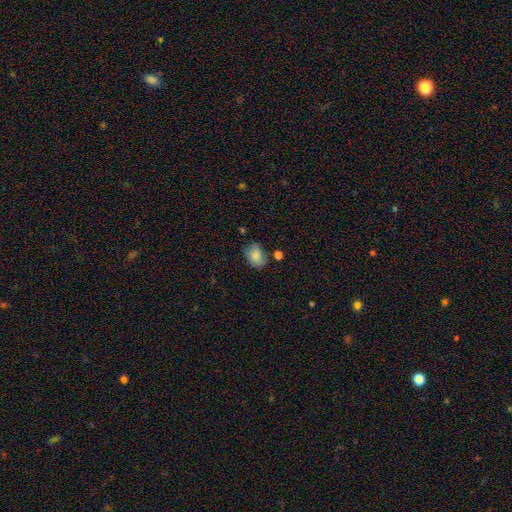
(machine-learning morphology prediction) type=smooth (81%); roundness=in between (73%); merging=none (60%).